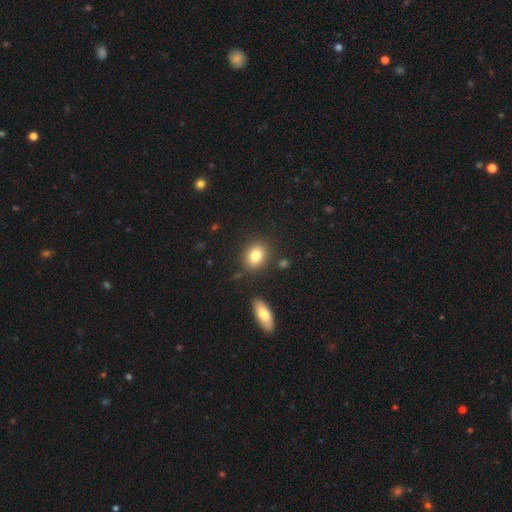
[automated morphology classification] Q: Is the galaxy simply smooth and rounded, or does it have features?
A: smooth — 81%.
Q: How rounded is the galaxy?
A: round — 52%.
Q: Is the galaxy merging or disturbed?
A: none — 83%.